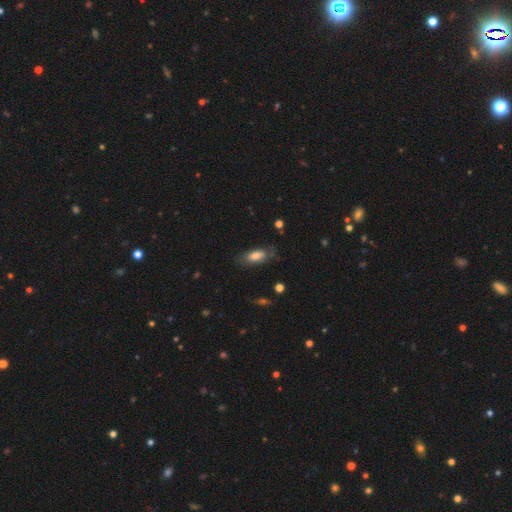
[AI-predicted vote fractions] Smooth or featured? smooth (73%)
How rounded? in between (79%)
Merging? none (70%)